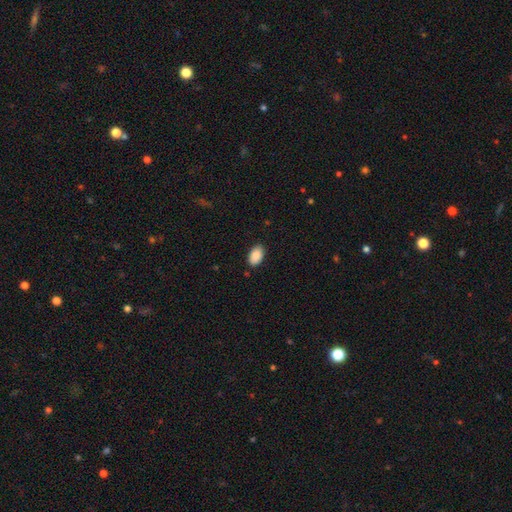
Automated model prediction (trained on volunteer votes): The model was most divided on "merging": none: 87%, minor disturbance: 10%, major disturbance: 2%, merger: 1%. More confident: how rounded — in between (94%); smooth or featured — smooth (89%).